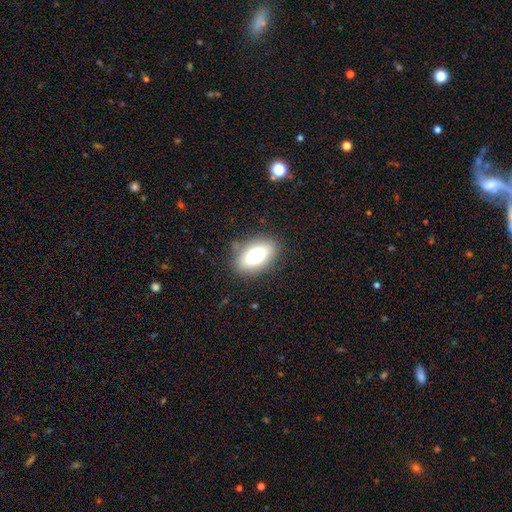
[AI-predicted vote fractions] smooth_or_featured: smooth (p=0.76) [alt: featured or disk p=0.15]
how_rounded: in between (p=0.88) [alt: round p=0.07]
merging: none (p=0.83) [alt: minor disturbance p=0.12]